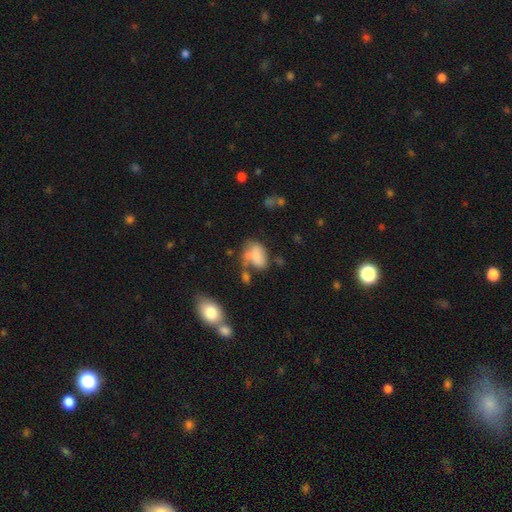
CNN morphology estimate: smooth 72%, featured or disk 18%, star or artifact 10%. Down the decision tree: how rounded — in between (85%); merging — none (34%).